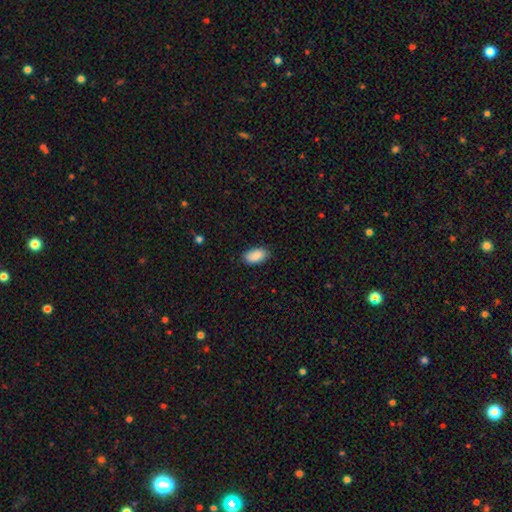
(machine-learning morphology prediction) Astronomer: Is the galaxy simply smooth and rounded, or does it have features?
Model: smooth — 90%.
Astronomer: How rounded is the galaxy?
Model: in between — 94%.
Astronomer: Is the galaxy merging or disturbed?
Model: none — 84%.